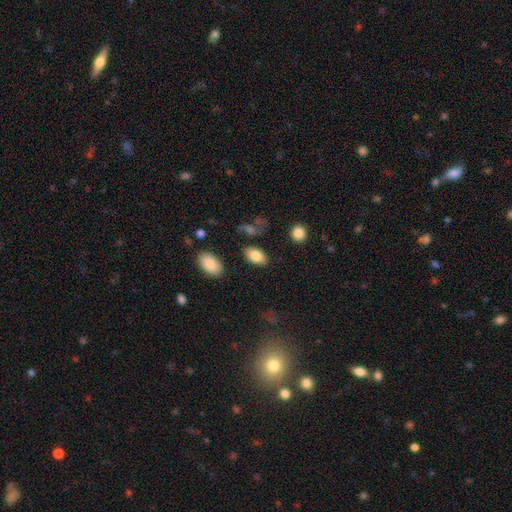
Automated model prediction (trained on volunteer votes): Overall: smooth (83%). How rounded: in between (92%). Merging: none (83%).